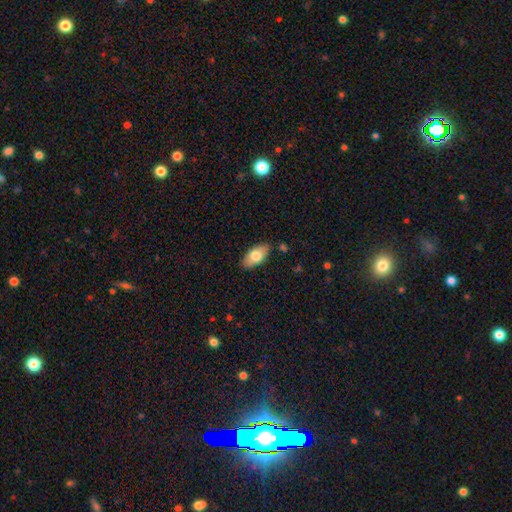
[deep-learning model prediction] Smooth or featured? smooth (75%)
How rounded? in between (92%)
Merging? none (84%)